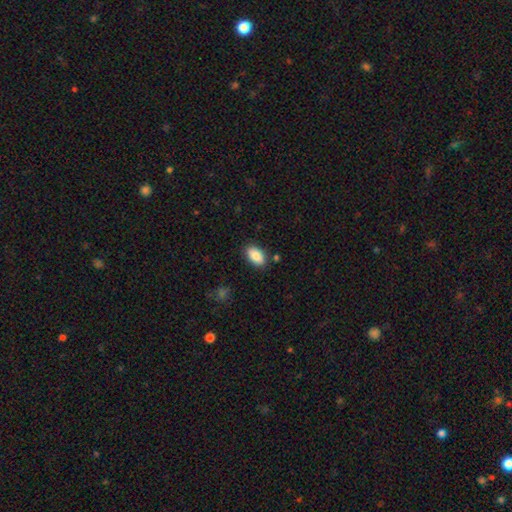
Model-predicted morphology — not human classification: Q: Smooth or featured?
A: smooth (88%); runner-up: star or artifact (7%)
Q: How rounded?
A: in between (94%); runner-up: round (4%)
Q: Merging?
A: none (85%); runner-up: minor disturbance (10%)